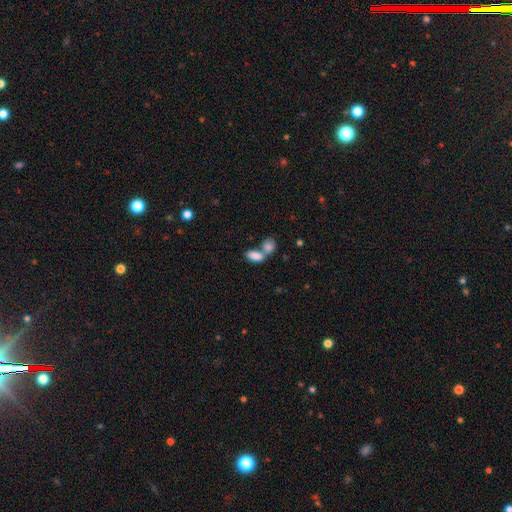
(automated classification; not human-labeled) Smooth or featured: smooth — 84% (featured or disk — 9%)
How rounded: in between — 89% (round — 7%)
Merging: merger — 60% (none — 28%)